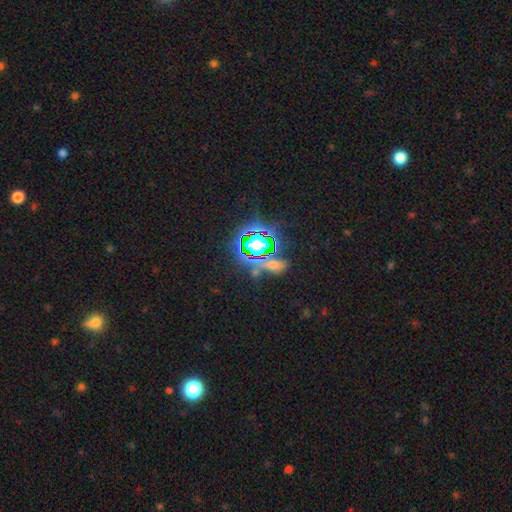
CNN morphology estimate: smooth-or-featured: star or artifact: 81% | smooth: 12% | featured or disk: 7%